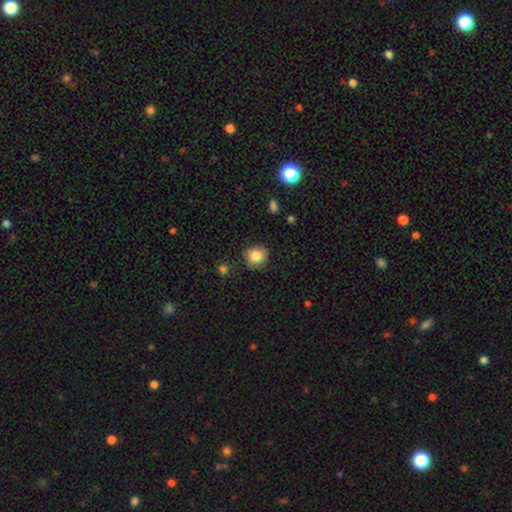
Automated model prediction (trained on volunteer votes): Smooth or featured? smooth (84%)
How rounded? round (87%)
Merging? none (81%)